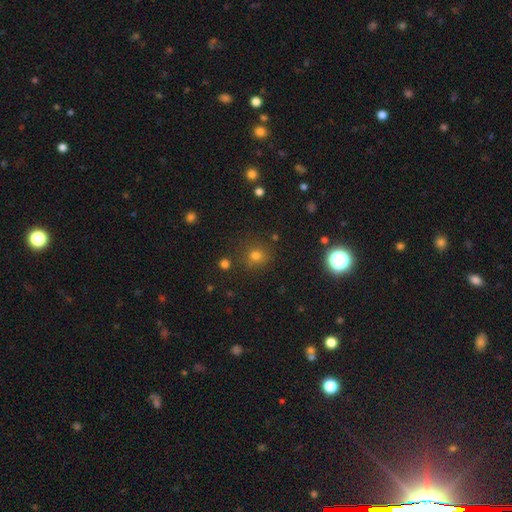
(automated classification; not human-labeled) smooth 70%, star or artifact 23%, featured or disk 7%. Down the decision tree: how rounded — round (90%); merging — none (85%).